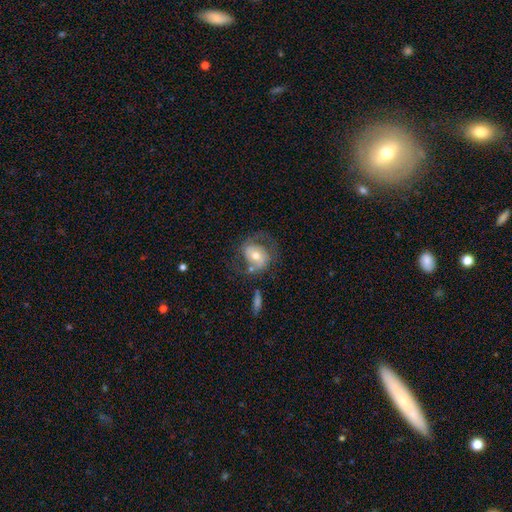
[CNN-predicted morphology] This appears to be a featured or disk galaxy (55%) with no bar (51%), spiral arms (69%) and a moderate central bulge (69%). Merging: none (50%).